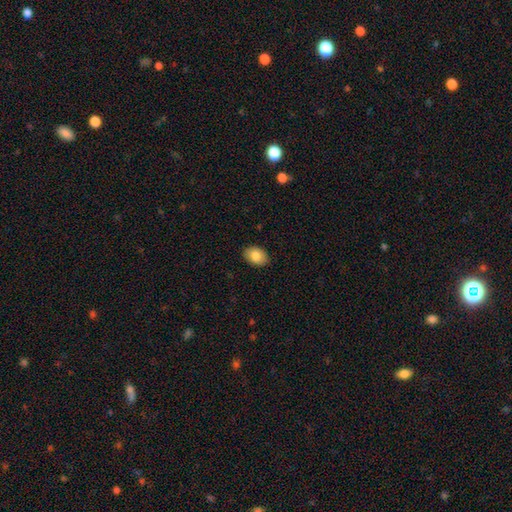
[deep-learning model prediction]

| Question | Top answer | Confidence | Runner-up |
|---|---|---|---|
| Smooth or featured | smooth | 84% | featured or disk (9%) |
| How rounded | in between | 83% | round (16%) |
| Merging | none | 89% | minor disturbance (8%) |